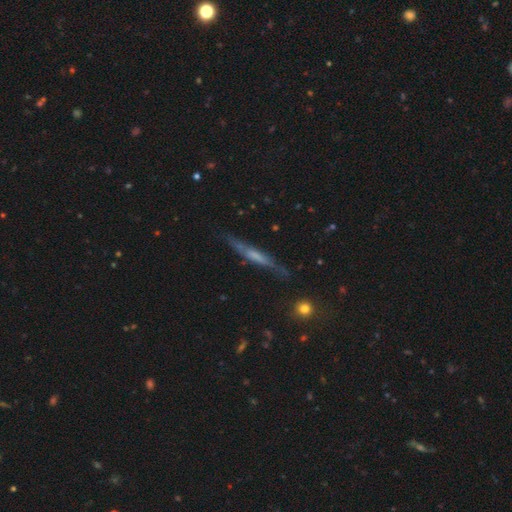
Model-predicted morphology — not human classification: Q: Smooth or featured?
A: featured or disk (60%); runner-up: smooth (31%)
Q: Edge-on disk?
A: yes (89%); runner-up: no (11%)
Q: Edge-on bulge?
A: none (53%); runner-up: boxy (25%)
Q: Merging?
A: none (76%); runner-up: minor disturbance (17%)